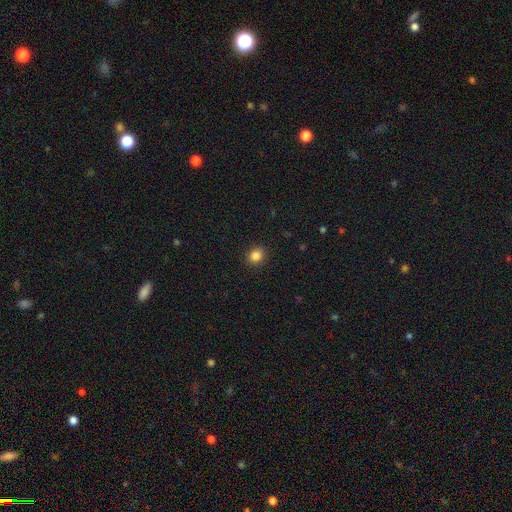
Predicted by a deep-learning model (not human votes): The model was most divided on "how rounded": round: 81%, in between: 18%, cigar-shaped: 1%. More confident: merging — none (91%); smooth or featured — smooth (85%).